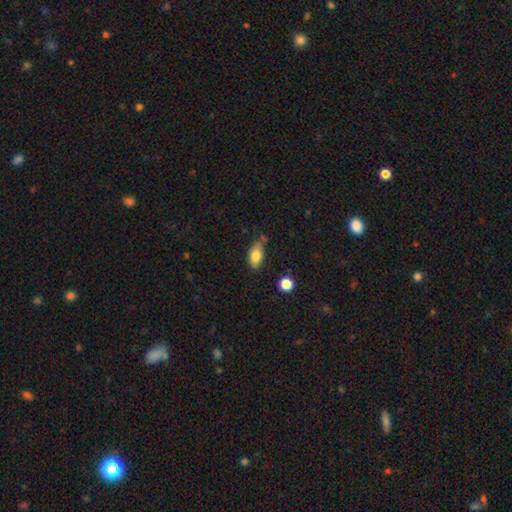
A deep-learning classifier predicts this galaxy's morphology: This appears to be a smooth galaxy with no disk features (79%) that is in between round and cigar-shaped (89%). Merging: none (61%).